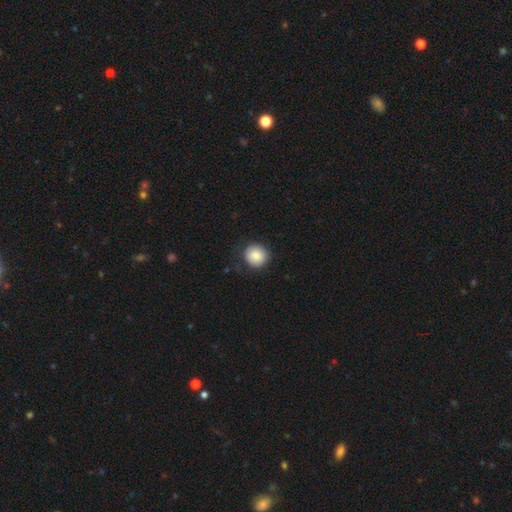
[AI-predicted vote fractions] Morphology: type=smooth (86%); roundness=round (90%); merging=none (81%).